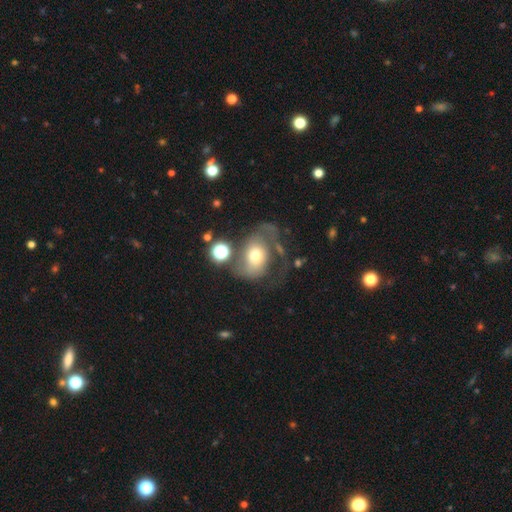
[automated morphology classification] The model was most divided on "smooth or featured": featured or disk: 50%, smooth: 40%, star or artifact: 10%. Remaining: edge-on disk — no (96%); merging — major disturbance (42%).